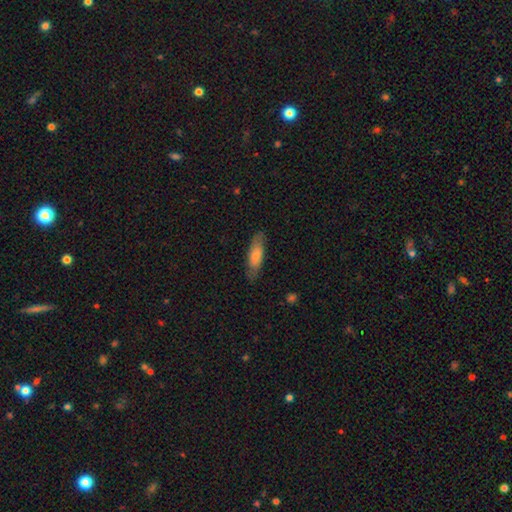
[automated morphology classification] Smooth or featured? smooth (71%)
How rounded? in between (60%)
Merging? none (79%)